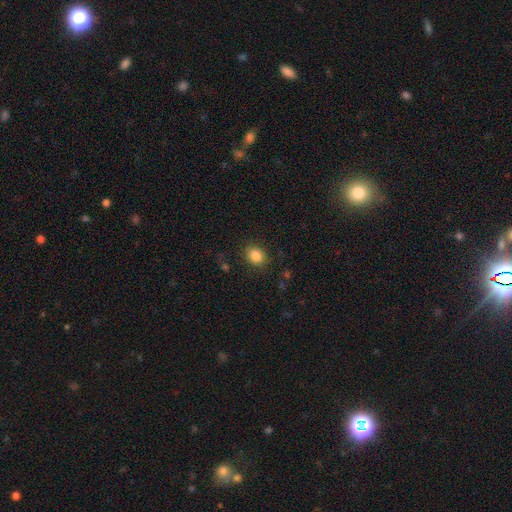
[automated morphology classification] Smooth or featured? Predicted: smooth (p=0.85). How rounded? Predicted: round (p=0.54). Merging? Predicted: none (p=0.86).